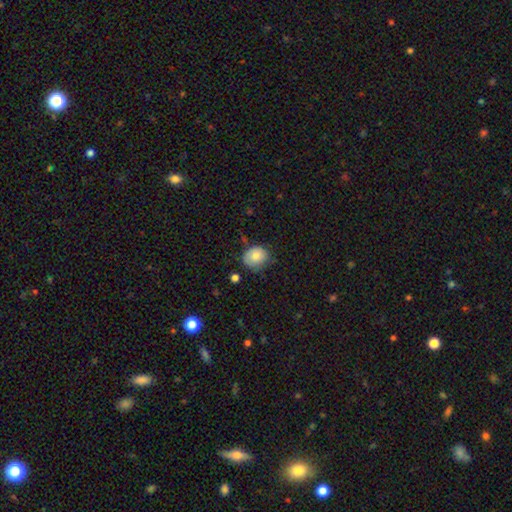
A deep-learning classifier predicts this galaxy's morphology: This appears to be a smooth galaxy with no disk features (83%) that is round (65%). Merging: none (61%).